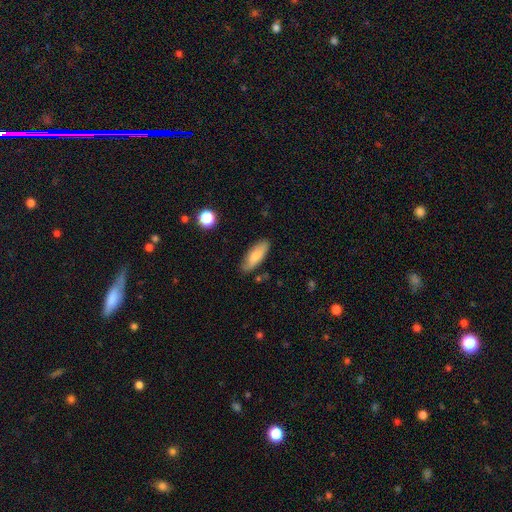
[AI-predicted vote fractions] Smooth or featured? smooth (80%)
How rounded? in between (70%)
Merging? none (82%)